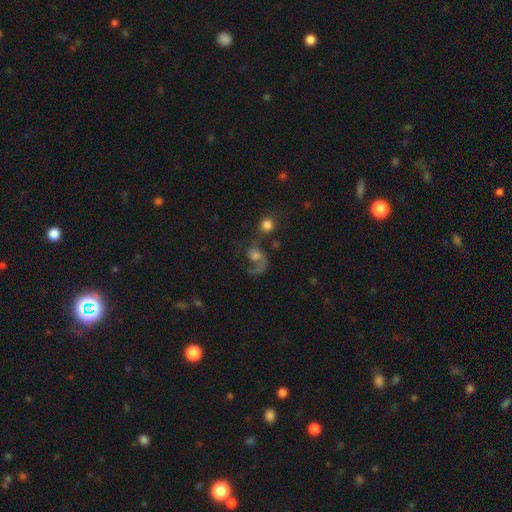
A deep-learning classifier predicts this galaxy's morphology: smooth-or-featured: featured or disk: 54% | smooth: 31% | star or artifact: 15%
  disk-edge-on: no: 97% | yes: 3%
    bar: no: 77% | weak: 19% | strong: 4%
    has-spiral-arms: yes: 78% | no: 22%
    bulge-size: moderate: 42% | large: 21% | small: 20% | none: 12% | dominant: 5%
  merging: major disturbance: 34% | none: 29% | merger: 26% | minor disturbance: 12%